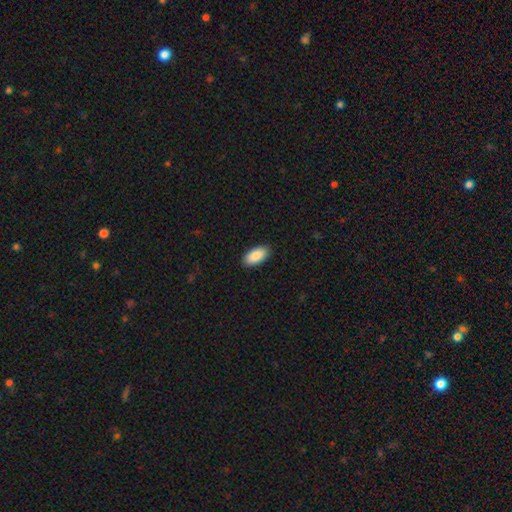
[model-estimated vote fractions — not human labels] Overall: smooth (90%). How rounded: in between (94%). Merging: none (90%).